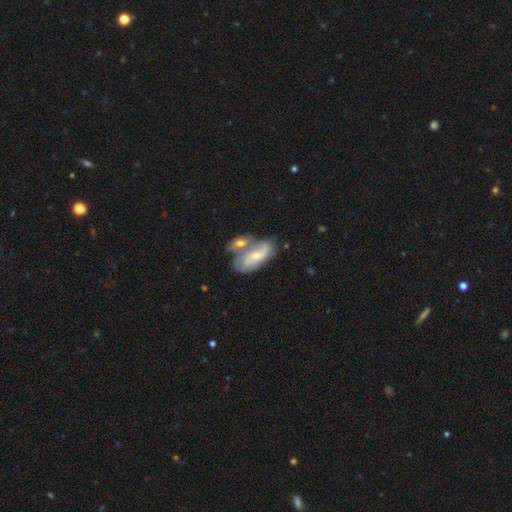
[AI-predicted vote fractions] Morphology: type=featured or disk (63%); edge-on=no (93%); bar=no (52%); spiral arms=yes (80%); bulge=small (58%); merging=merger (53%).